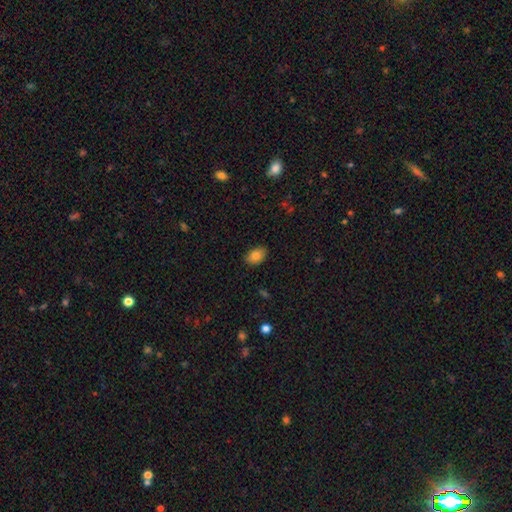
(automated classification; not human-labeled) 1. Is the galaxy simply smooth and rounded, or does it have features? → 84% smooth, 9% star or artifact, 7% featured or disk.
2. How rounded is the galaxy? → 85% in between, 14% round, 1% cigar-shaped.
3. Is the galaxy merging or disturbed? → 85% none, 11% minor disturbance, 2% major disturbance, 1% merger.